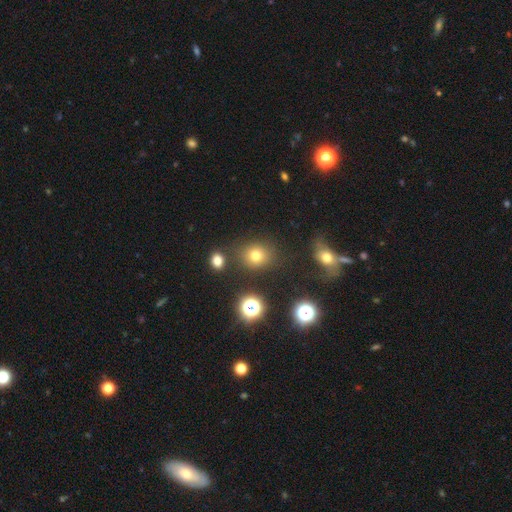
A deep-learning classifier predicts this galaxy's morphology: Smooth or featured: smooth — 71% (star or artifact — 20%)
How rounded: round — 78% (in between — 21%)
Merging: none — 81% (minor disturbance — 10%)